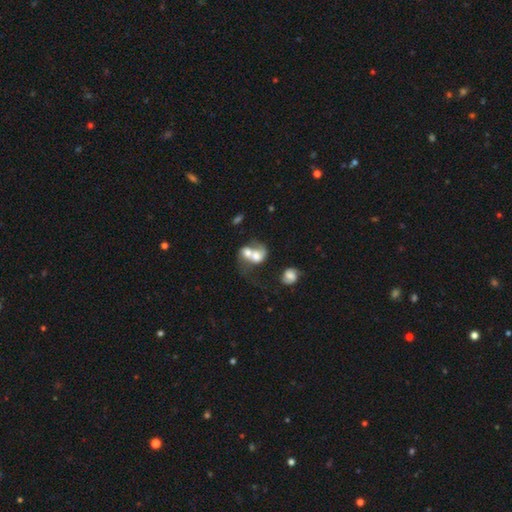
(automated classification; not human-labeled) Smooth or featured? Predicted: smooth (p=0.53). How rounded? Predicted: in between (p=0.52). Merging? Predicted: merger (p=0.76).